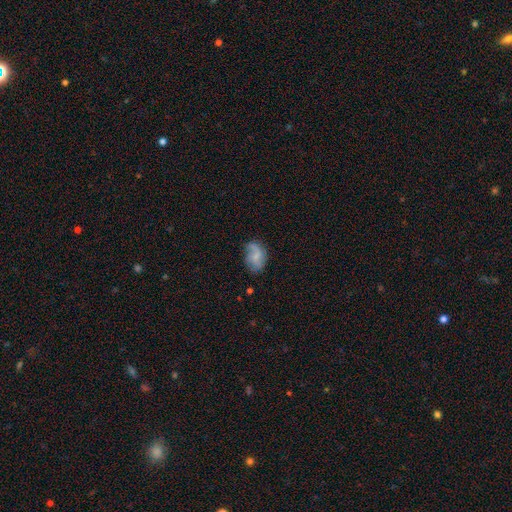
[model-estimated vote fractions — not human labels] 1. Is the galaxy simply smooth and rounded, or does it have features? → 50% smooth, 41% featured or disk, 9% star or artifact.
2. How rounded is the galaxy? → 77% in between, 22% round, 2% cigar-shaped.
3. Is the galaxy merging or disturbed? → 50% none, 31% minor disturbance, 16% major disturbance, 3% merger.